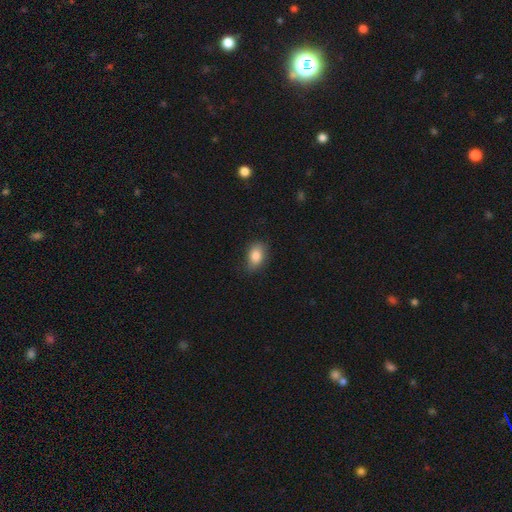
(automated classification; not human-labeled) Overall: smooth (84%). How rounded: in between (85%). Merging: none (77%).